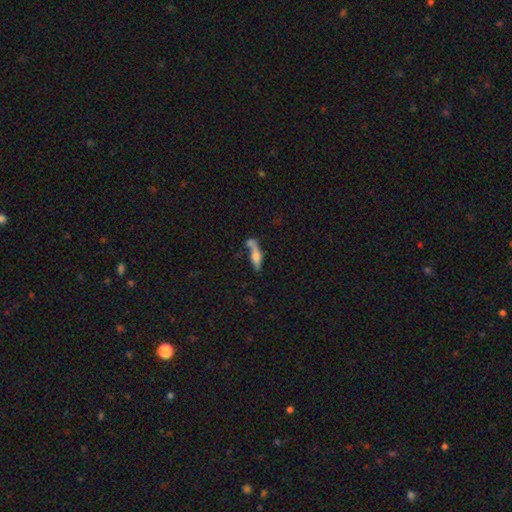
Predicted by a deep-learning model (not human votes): A smooth galaxy with no disk features (54%) that is cigar-shaped (67%). Merging: none (40%).